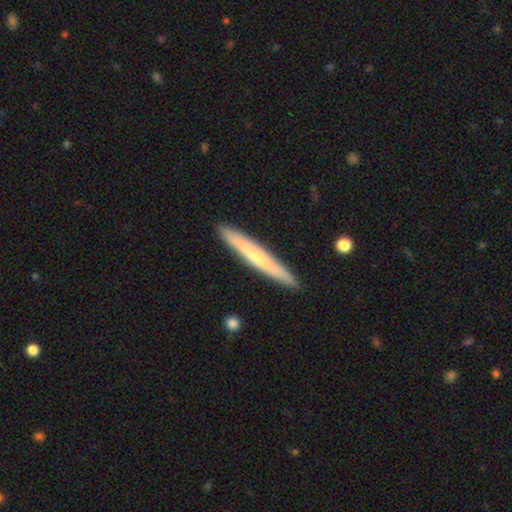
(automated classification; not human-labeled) smooth-or-featured: featured or disk: 47% (tied) | smooth: 47% (tied) | star or artifact: 6%
  merging: none: 91% | minor disturbance: 7% | major disturbance: 1% | merger: 1%